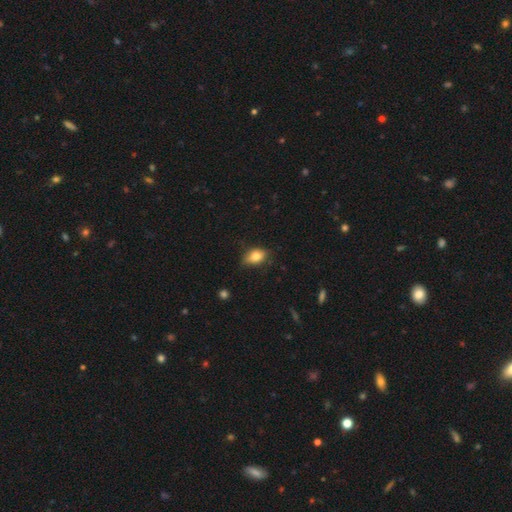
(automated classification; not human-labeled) This is likely a smooth galaxy (77%). How rounded: clearly in between (81%). Merging: likely none (66%).